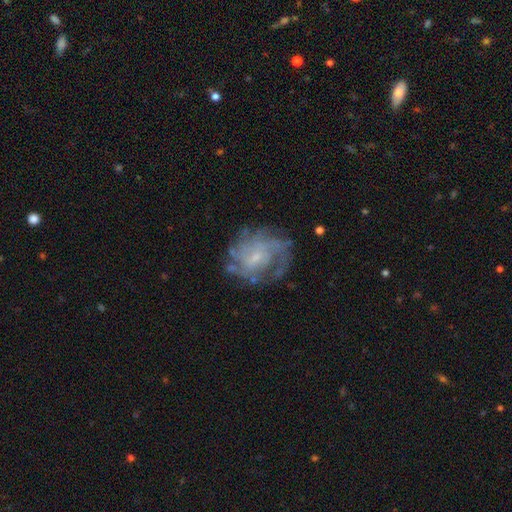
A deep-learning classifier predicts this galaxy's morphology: Smooth or featured? featured or disk (78%)
Edge-on disk? no (98%)
Bar? no (60%)
Spiral arms? yes (85%)
Spiral winding? tight (46%)
Spiral arm count? can't tell (45%)
Bulge size? small (68%)
Merging? none (66%)